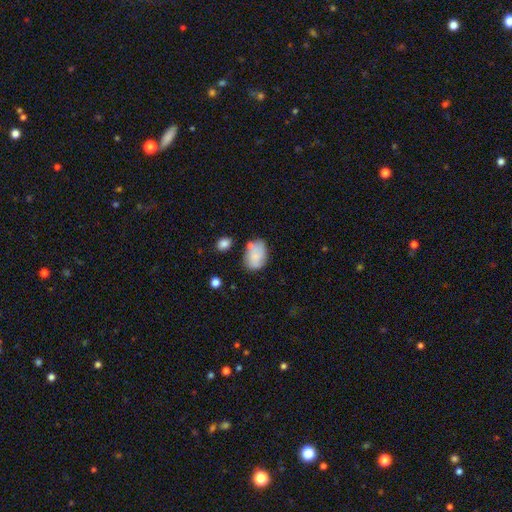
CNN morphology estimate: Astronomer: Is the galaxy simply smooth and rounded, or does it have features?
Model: smooth — 76%.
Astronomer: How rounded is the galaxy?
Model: in between — 82%.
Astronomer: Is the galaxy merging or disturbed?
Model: none — 57%.